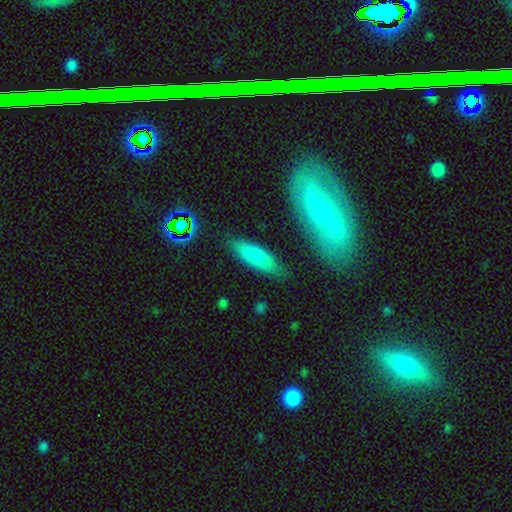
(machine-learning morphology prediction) A smooth galaxy with no disk features (79%) that is cigar-shaped (53%).

Vote fractions:
- Smooth or featured? smooth: 79% / featured or disk: 13% / star or artifact: 8%
- How rounded? cigar-shaped: 53% / in between: 45% / round: 2%
- Merging? none: 81% / minor disturbance: 12% / merger: 3% / major disturbance: 3%